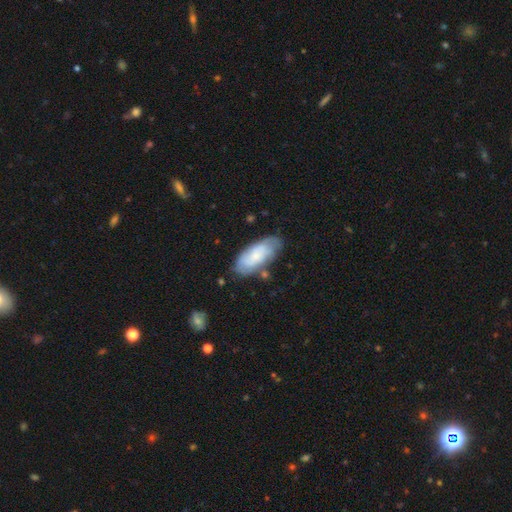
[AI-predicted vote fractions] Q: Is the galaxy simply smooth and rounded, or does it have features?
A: smooth — 52%.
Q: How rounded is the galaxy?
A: in between — 86%.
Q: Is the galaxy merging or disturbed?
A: none — 65%.